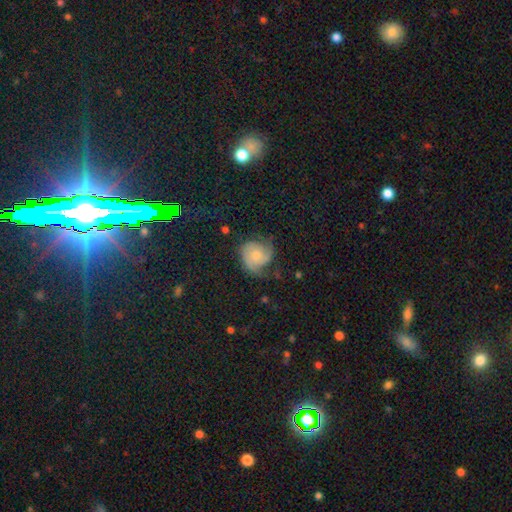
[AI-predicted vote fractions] A featured or disk galaxy (57%) with no bar (78%), spiral arms (89%) and a small central bulge (51%). Merging: none (54%).